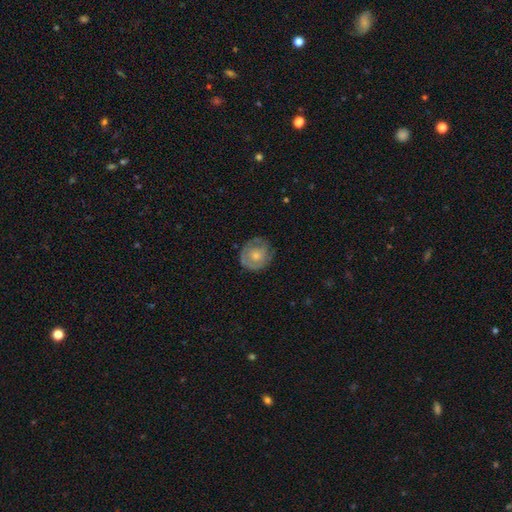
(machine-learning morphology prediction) The model was most divided on "smooth or featured": smooth: 50%, featured or disk: 44%, star or artifact: 6%. More confident: merging — none (72%).